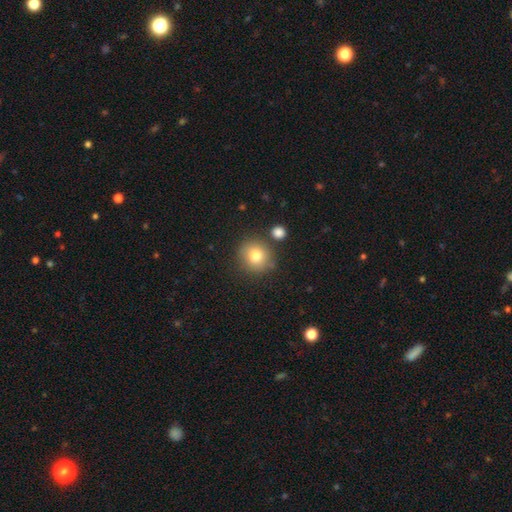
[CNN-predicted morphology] Overall: smooth (79%). How rounded: round (88%). Merging: none (80%).